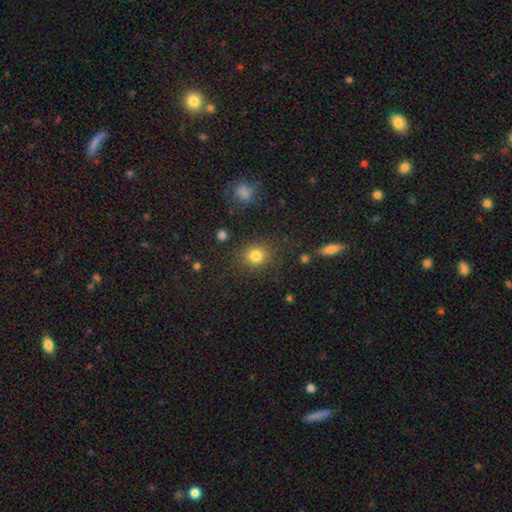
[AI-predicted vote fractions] A smooth galaxy with no disk features (81%) that is round (81%).

Vote fractions:
- Smooth or featured? smooth: 81% / star or artifact: 13% / featured or disk: 6%
- How rounded? round: 81% / in between: 18% / cigar-shaped: 1%
- Merging? none: 85% / minor disturbance: 9% / major disturbance: 4% / merger: 3%